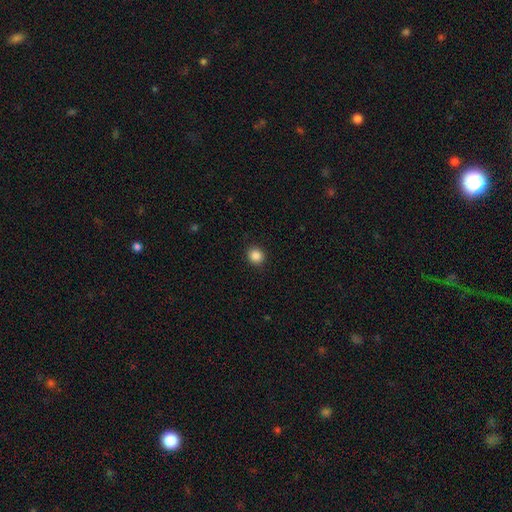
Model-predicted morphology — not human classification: Smooth or featured: smooth — 87% (star or artifact — 10%)
How rounded: round — 88% (in between — 11%)
Merging: none — 92% (minor disturbance — 6%)